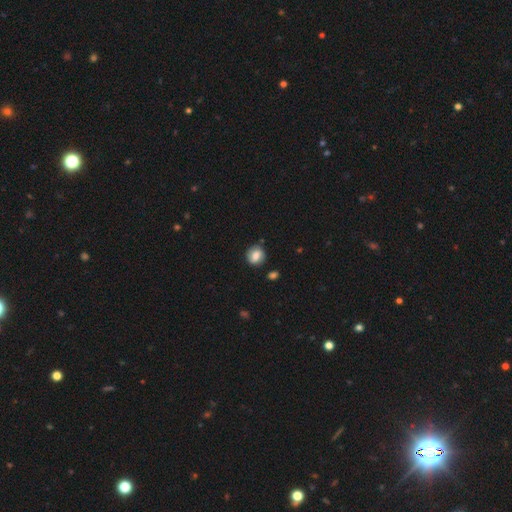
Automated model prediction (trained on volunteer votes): The model was most divided on "smooth or featured": smooth: 70%, featured or disk: 22%, star or artifact: 8%. More confident: merging — none (81%); how rounded — round (78%).